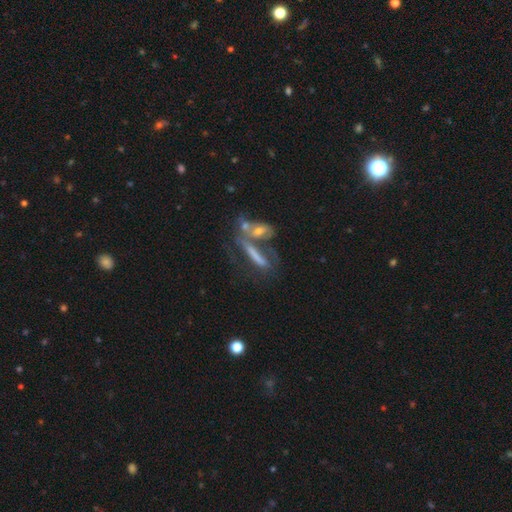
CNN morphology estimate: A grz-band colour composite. It shows a smooth galaxy with no disk features (45%). Merging: merger (46%).